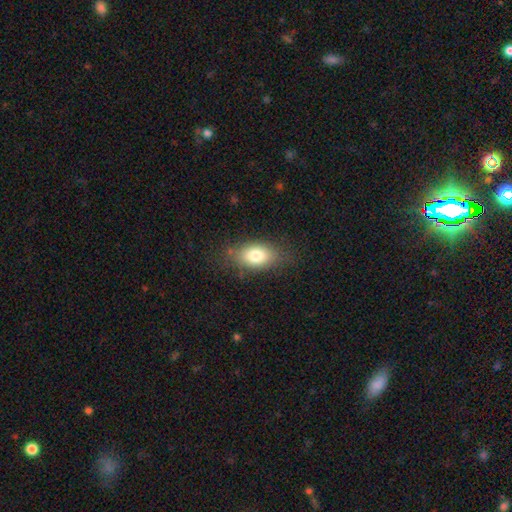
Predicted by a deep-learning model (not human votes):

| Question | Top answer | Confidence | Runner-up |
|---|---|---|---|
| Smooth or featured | smooth | 79% | featured or disk (13%) |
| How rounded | in between | 87% | round (9%) |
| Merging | none | 76% | minor disturbance (17%) |